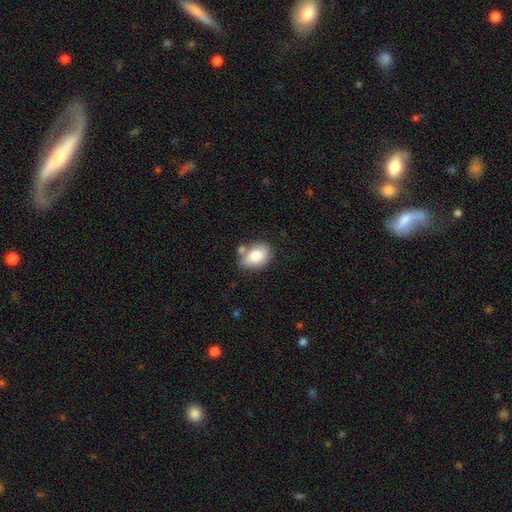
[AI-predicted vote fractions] A smooth galaxy with no disk features (79%) that is in between round and cigar-shaped (73%).

Vote fractions:
- Smooth or featured? smooth: 79% / featured or disk: 13% / star or artifact: 8%
- How rounded? in between: 73% / round: 26% / cigar-shaped: 1%
- Merging? none: 54% / minor disturbance: 23% / merger: 17% / major disturbance: 6%